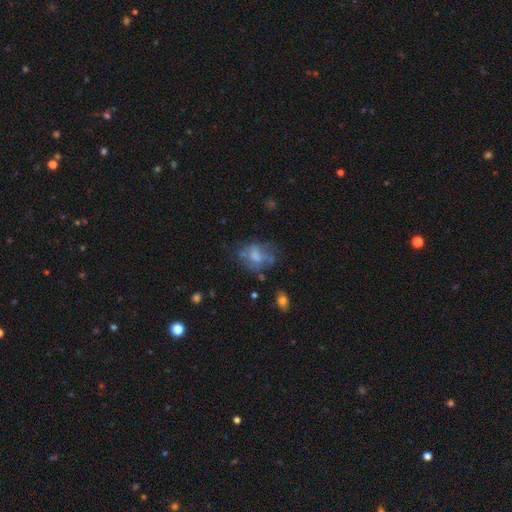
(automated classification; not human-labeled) A featured or disk galaxy (45%). Merging: none (42%).